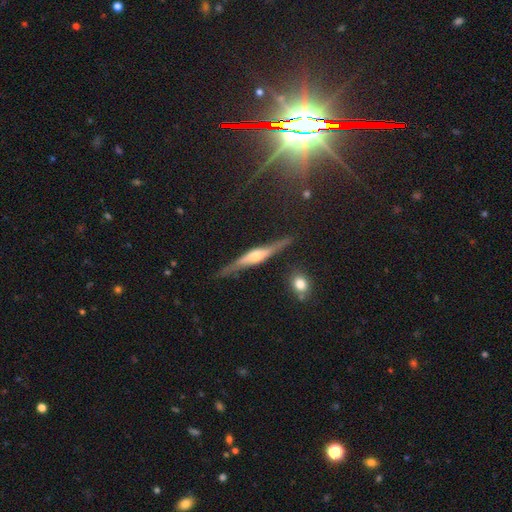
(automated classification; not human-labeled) This appears to be a featured or disk galaxy (78%) viewed edge-on (95%) with a rounded central bulge (79%). Merging: none (84%).